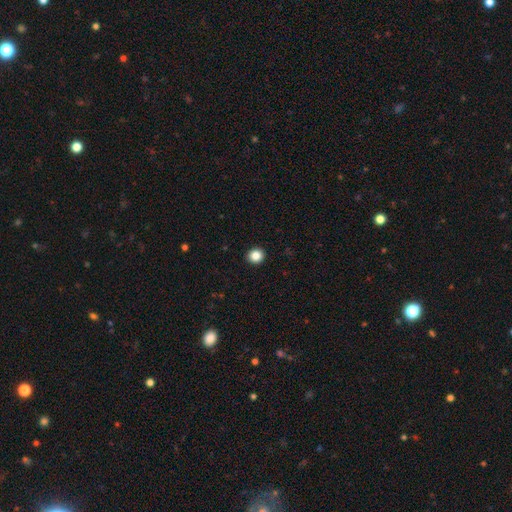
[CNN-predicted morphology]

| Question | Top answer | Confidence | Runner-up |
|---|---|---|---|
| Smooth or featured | smooth | 85% | star or artifact (10%) |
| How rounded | round | 89% | in between (10%) |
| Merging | none | 93% | minor disturbance (4%) |